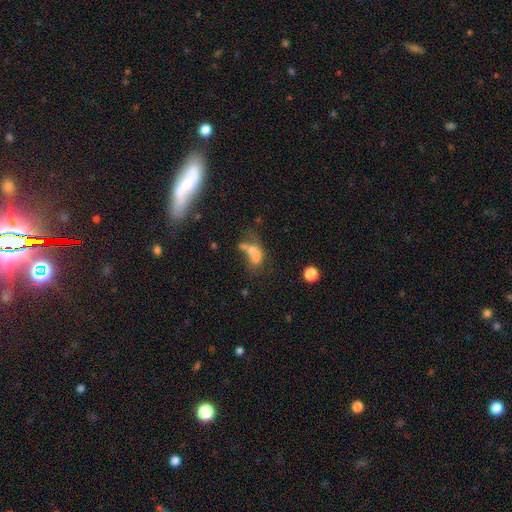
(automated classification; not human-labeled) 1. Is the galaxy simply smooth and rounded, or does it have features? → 57% smooth, 27% featured or disk, 16% star or artifact.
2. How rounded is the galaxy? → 77% in between, 14% round, 9% cigar-shaped.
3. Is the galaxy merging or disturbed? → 43% merger, 24% major disturbance, 20% none, 13% minor disturbance.